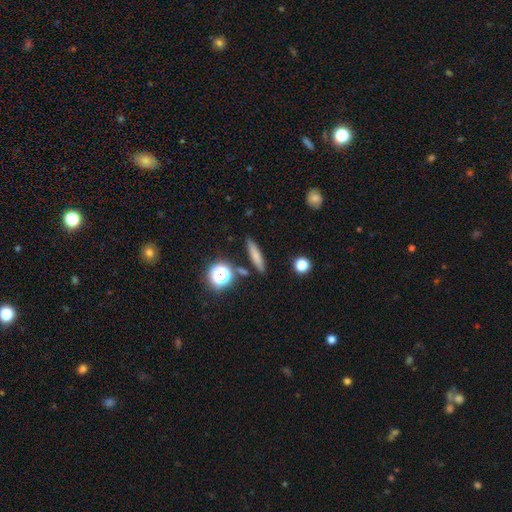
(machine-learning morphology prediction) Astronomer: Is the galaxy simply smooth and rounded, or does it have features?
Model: smooth — 71%.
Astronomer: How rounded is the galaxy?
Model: cigar-shaped — 81%.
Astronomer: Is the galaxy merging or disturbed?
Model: none — 86%.